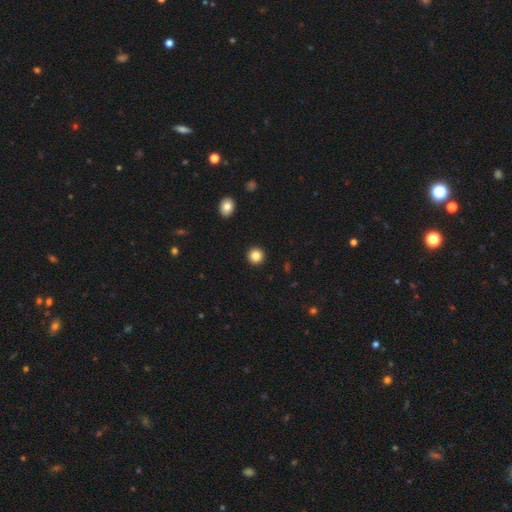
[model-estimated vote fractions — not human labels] A smooth galaxy with no disk features (85%) that is round (95%). Merging: none (93%).